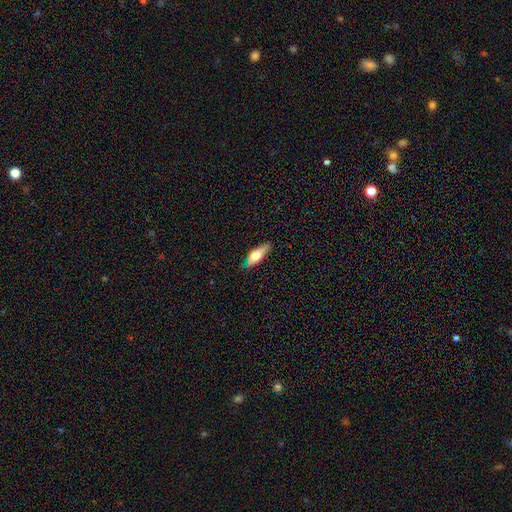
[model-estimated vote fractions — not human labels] The model was most divided on "how rounded": in between: 63%, cigar-shaped: 35%, round: 3%. More confident: merging — none (81%); smooth or featured — smooth (61%).